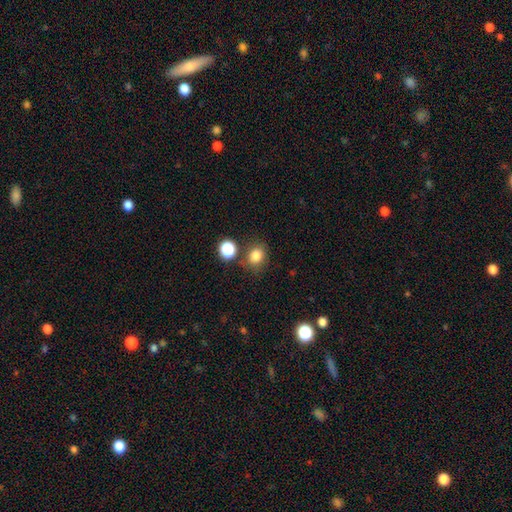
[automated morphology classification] Smooth or featured: smooth — 81% (star or artifact — 13%)
How rounded: round — 59% (in between — 40%)
Merging: none — 74% (minor disturbance — 13%)